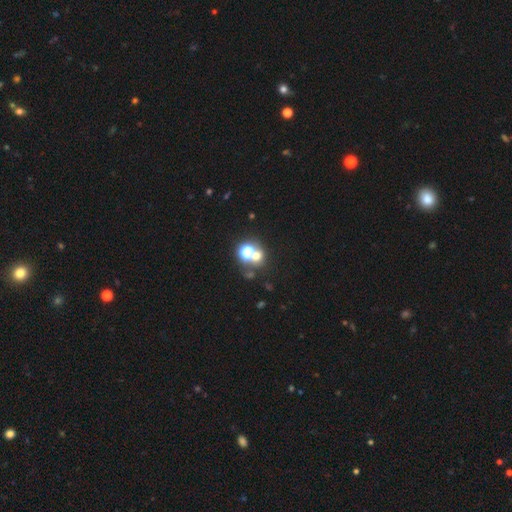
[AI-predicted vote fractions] Smooth or featured? smooth (49%)
Merging? none (56%)